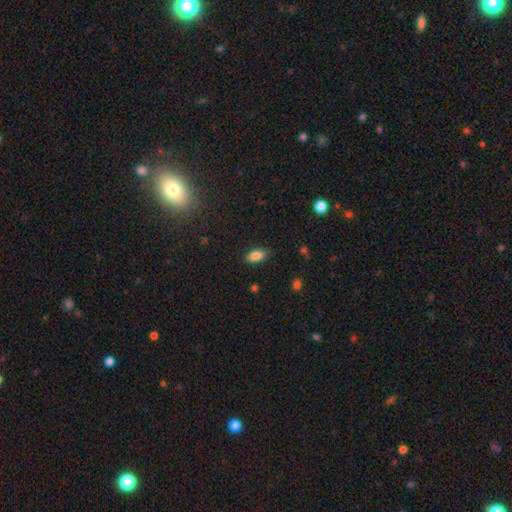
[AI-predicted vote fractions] smooth-or-featured: smooth: 86% | star or artifact: 9% | featured or disk: 5%
  how-rounded: in between: 90% | cigar-shaped: 5% | round: 5%
  merging: none: 85% | minor disturbance: 11% | major disturbance: 3% | merger: 1%